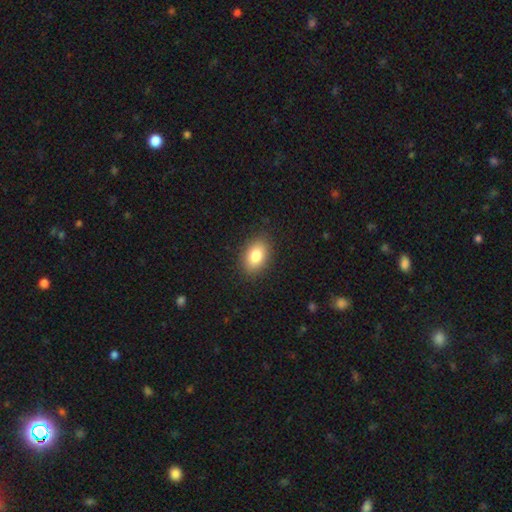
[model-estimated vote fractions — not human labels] smooth-or-featured: smooth: 82% | featured or disk: 9% | star or artifact: 9%
  how-rounded: in between: 84% | round: 14% | cigar-shaped: 1%
  merging: none: 87% | minor disturbance: 9% | major disturbance: 2% | merger: 1%